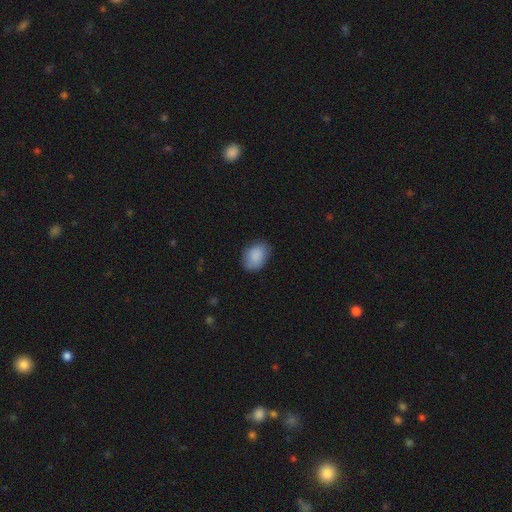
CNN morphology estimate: Smooth or featured? Predicted: smooth (p=0.88). How rounded? Predicted: in between (p=0.75). Merging? Predicted: none (p=0.78).